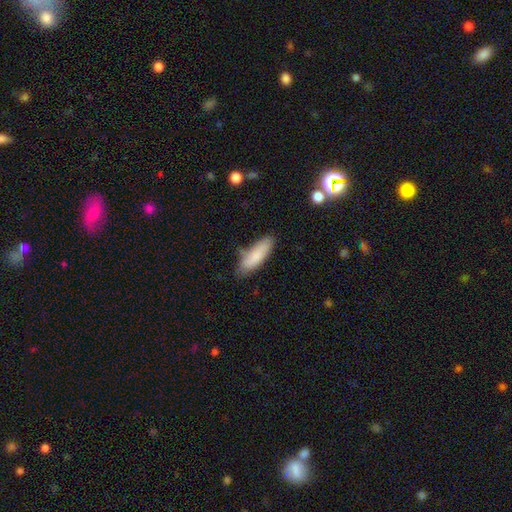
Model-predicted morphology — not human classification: smooth-or-featured: smooth: 83% | featured or disk: 11% | star or artifact: 6%
  how-rounded: in between: 53% | cigar-shaped: 45% | round: 2%
  merging: none: 67% | minor disturbance: 24% | major disturbance: 5% | merger: 4%